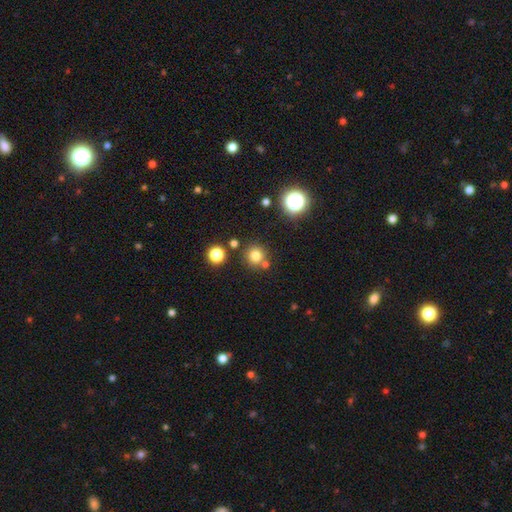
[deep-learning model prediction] Overall: smooth (76%). How rounded: round (93%). Merging: none (76%).